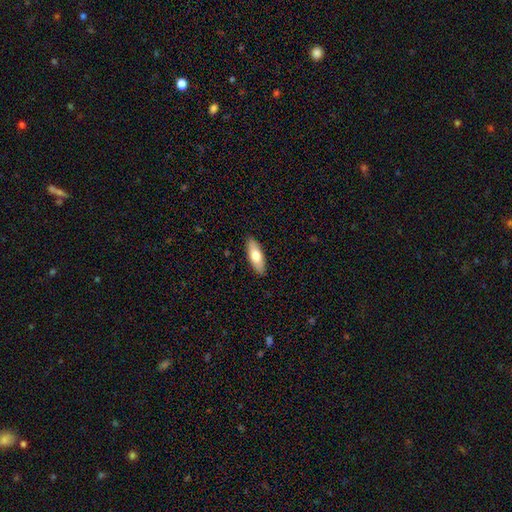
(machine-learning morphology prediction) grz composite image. It shows a smooth galaxy with no disk features (70%) that is in between round and cigar-shaped (66%). Merging: none (90%).